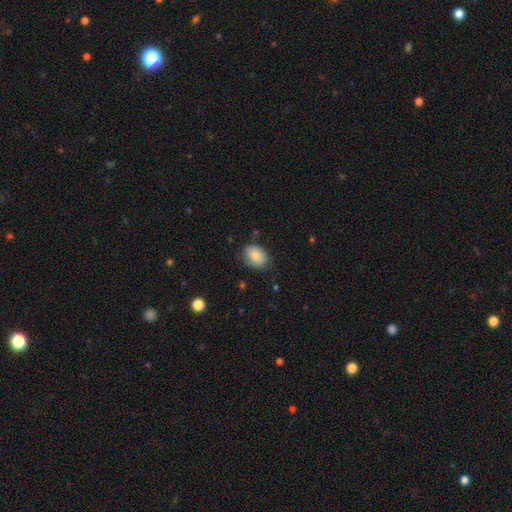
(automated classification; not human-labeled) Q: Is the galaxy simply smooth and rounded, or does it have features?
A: smooth — 84%.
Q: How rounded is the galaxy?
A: in between — 75%.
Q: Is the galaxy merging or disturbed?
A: none — 72%.